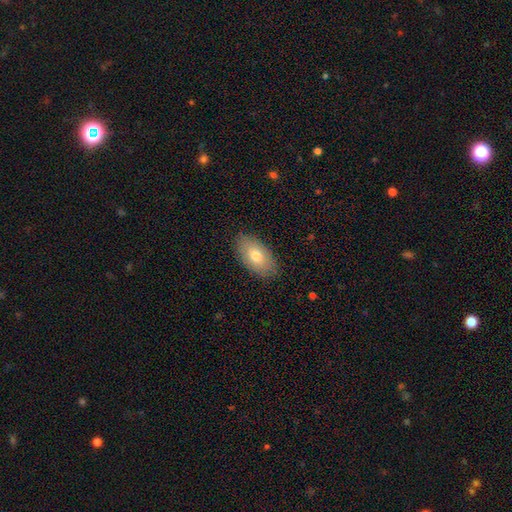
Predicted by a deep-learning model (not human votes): The model was most divided on "smooth or featured": smooth: 74%, featured or disk: 19%, star or artifact: 7%. More confident: how rounded — in between (93%); merging — none (86%).